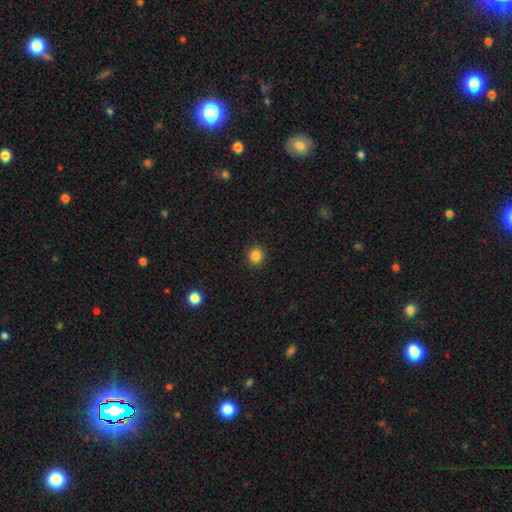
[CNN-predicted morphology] smooth 84%, star or artifact 12%, featured or disk 4%. Down the decision tree: how rounded — round (89%); merging — none (92%).